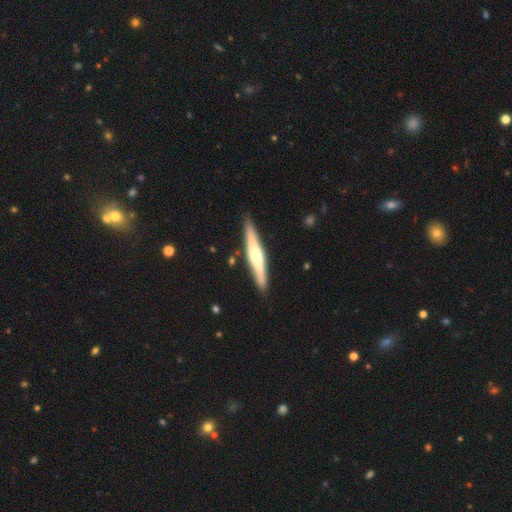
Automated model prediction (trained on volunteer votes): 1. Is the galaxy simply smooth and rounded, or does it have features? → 59% featured or disk, 36% smooth, 5% star or artifact.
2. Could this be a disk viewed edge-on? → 91% yes, 9% no.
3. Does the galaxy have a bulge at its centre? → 82% rounded, 12% none, 7% boxy.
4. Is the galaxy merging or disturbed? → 87% none, 9% minor disturbance, 2% major disturbance, 2% merger.